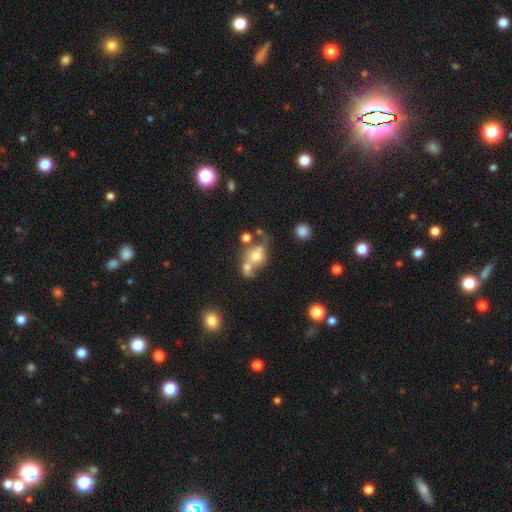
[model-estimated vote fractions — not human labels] Overall: smooth (52%; featured or disk 35%). How rounded: round (58%; in between 40%). Merging: merger (54%; none 23%).